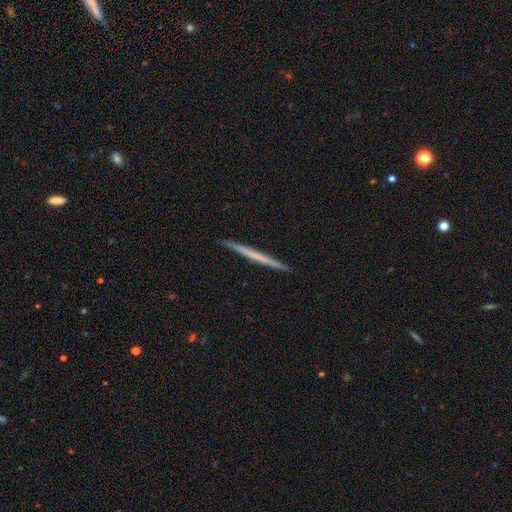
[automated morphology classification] Smooth or featured? featured or disk (49%)
Merging? none (93%)